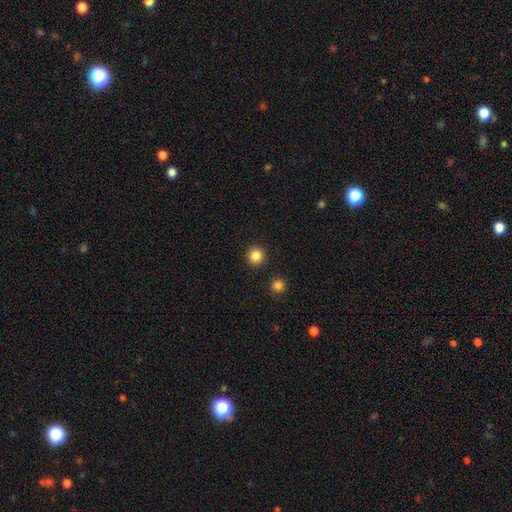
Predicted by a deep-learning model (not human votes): Overall: smooth (85%). How rounded: round (95%). Merging: none (92%).